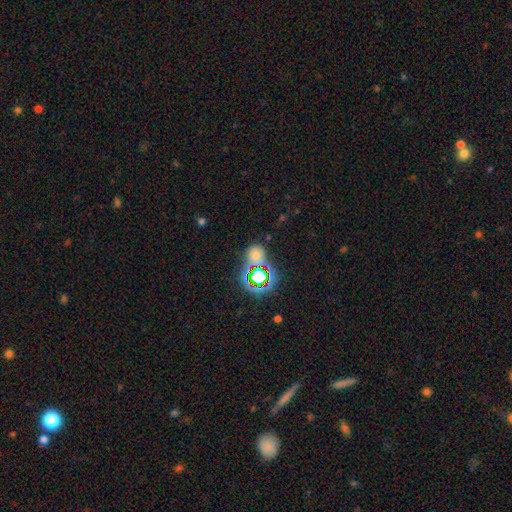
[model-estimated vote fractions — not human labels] Smooth or featured? smooth (51%)
How rounded? round (68%)
Merging? none (63%)